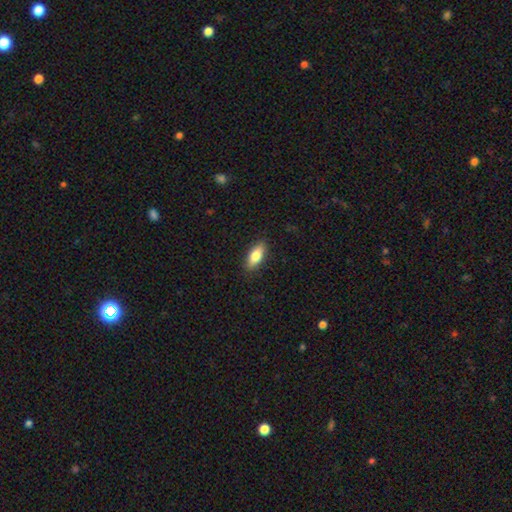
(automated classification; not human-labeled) smooth 79%, featured or disk 15%, star or artifact 6%. Down the decision tree: how rounded — in between (79%); merging — none (87%).